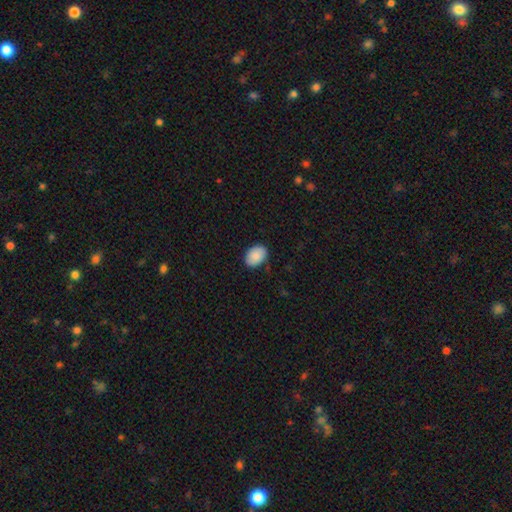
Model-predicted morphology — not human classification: A smooth galaxy with no disk features (88%) that is in between round and cigar-shaped (79%). Merging: none (85%).